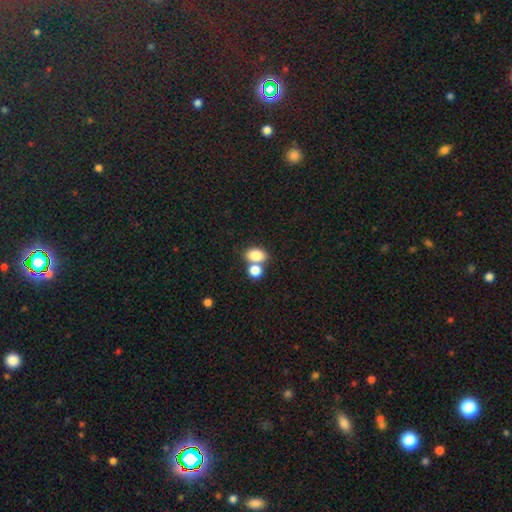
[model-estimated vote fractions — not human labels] Morphology: type=smooth (82%); roundness=in between (74%); merging=merger (44%, tied with none).